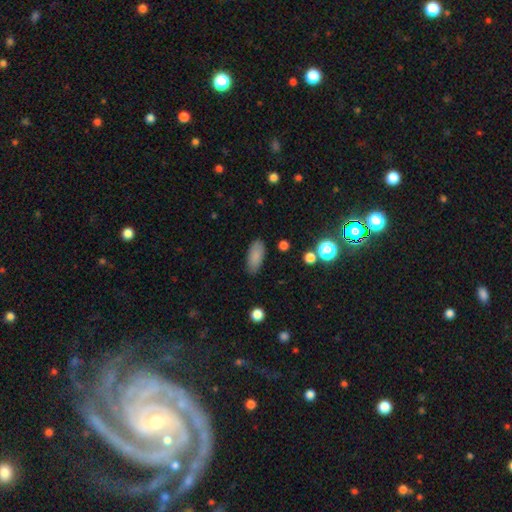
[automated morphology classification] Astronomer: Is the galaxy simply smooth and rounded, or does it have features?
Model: smooth — 85%.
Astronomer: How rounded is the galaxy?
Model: in between — 83%.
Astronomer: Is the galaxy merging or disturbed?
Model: none — 85%.